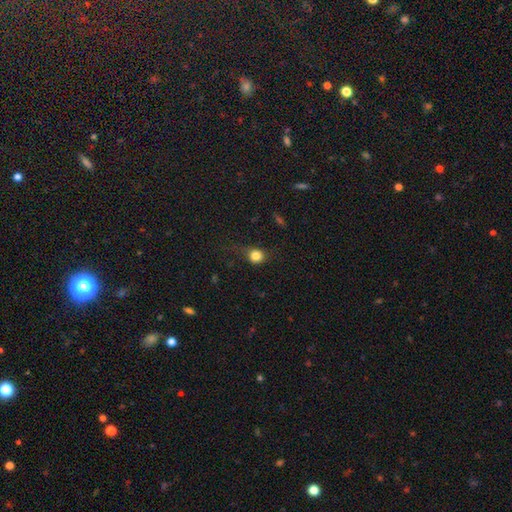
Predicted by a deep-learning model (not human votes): The model was most divided on "merging": none: 61%, minor disturbance: 23%, major disturbance: 14%, merger: 2%. More confident: how rounded — round (81%); smooth or featured — smooth (80%).